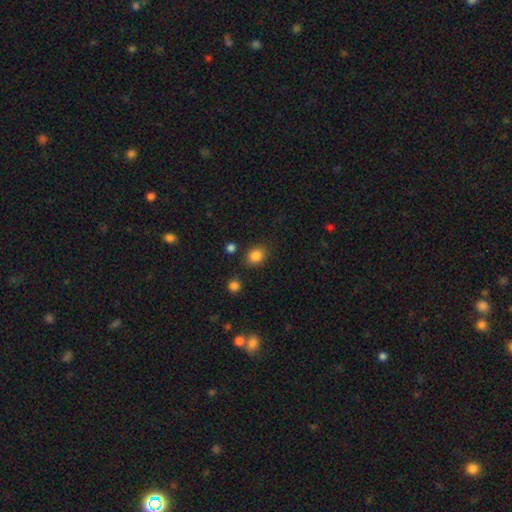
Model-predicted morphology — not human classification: Smooth or featured? Predicted: smooth (p=0.85). How rounded? Predicted: round (p=0.57). Merging? Predicted: none (p=0.79).